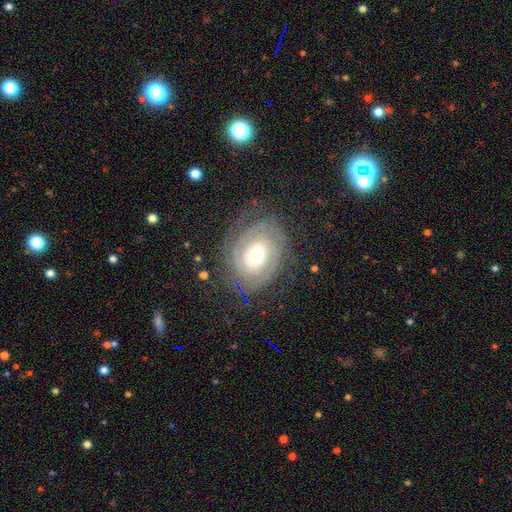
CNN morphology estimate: Smooth or featured? featured or disk (86%)
Edge-on disk? no (97%)
Bar? no (71%)
Spiral arms? yes (95%)
Spiral winding? tight (78%)
Spiral arm count? 2 (50%)
Bulge size? moderate (54%)
Merging? none (77%)